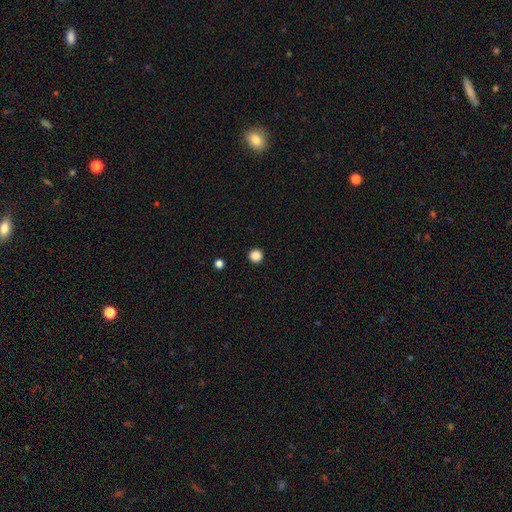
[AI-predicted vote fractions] smooth 86%, star or artifact 11%, featured or disk 2%. Down the decision tree: how rounded — round (97%); merging — none (94%).